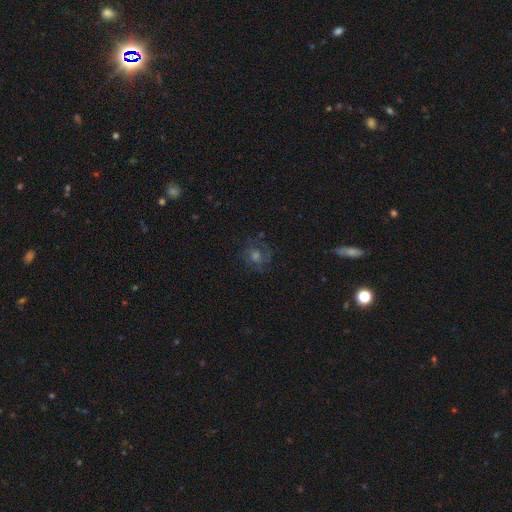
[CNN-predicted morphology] This appears to be a featured or disk galaxy (49%). Merging: none (75%).